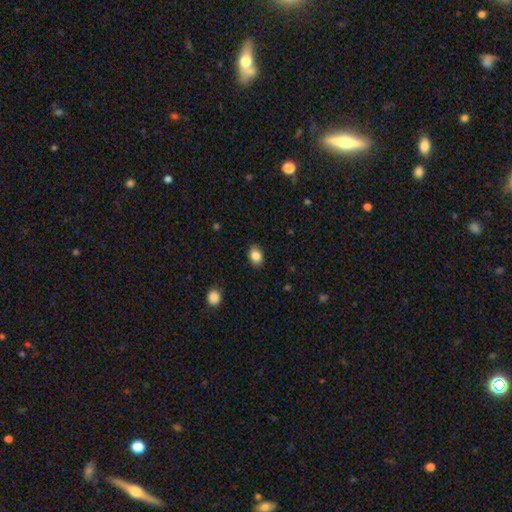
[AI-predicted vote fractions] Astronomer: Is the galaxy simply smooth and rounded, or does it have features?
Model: smooth — 86%.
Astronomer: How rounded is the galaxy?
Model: in between — 74%.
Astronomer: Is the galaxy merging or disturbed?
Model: none — 87%.